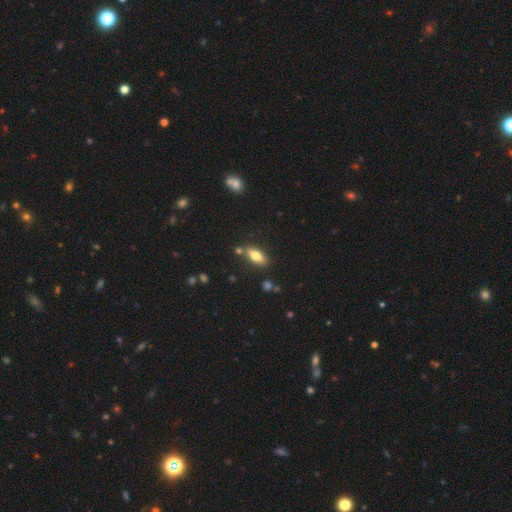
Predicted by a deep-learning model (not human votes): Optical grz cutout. It shows a smooth galaxy with no disk features (75%) that is in between round and cigar-shaped (81%). Merging: none (80%).